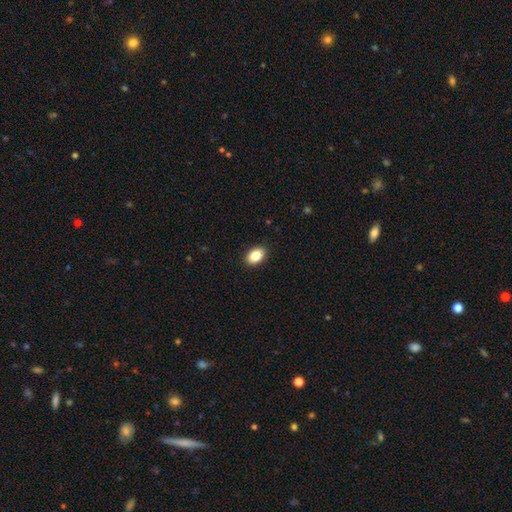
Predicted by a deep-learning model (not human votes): Smooth or featured? Predicted: smooth (p=0.86). How rounded? Predicted: in between (p=0.86). Merging? Predicted: none (p=0.90).